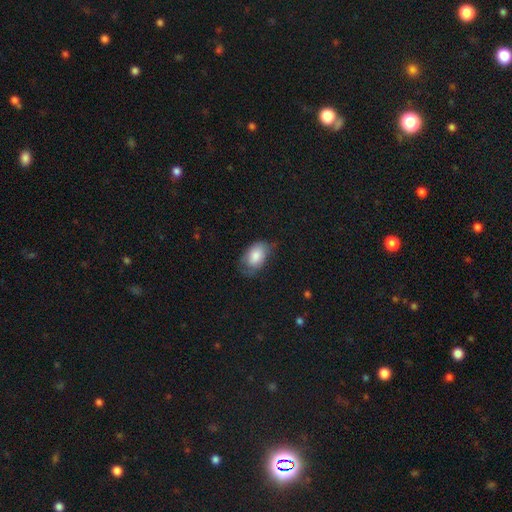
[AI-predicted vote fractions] The model was most divided on "merging": none: 54%, minor disturbance: 34%, major disturbance: 11%, merger: 1%. More confident: how rounded — in between (88%); smooth or featured — smooth (78%).